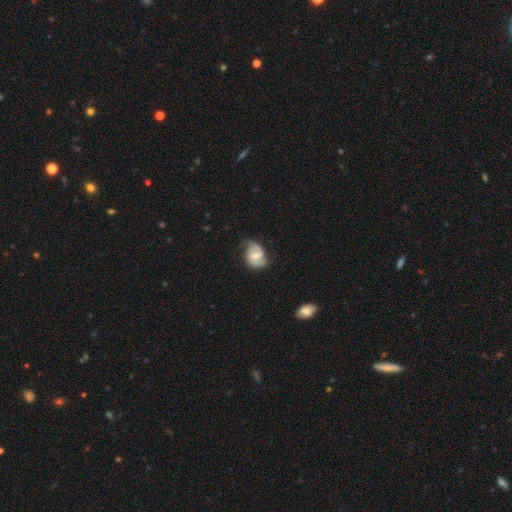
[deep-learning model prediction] Smooth or featured?
  - featured or disk: 73% *
  - smooth: 21%
  - star or artifact: 6%
Edge-on disk?
  - no: 98% *
  - yes: 2%
Bar?
  - weak: 50% *
  - no: 37%
  - strong: 13%
Spiral arms?
  - yes: 93% *
  - no: 7%
Spiral winding?
  - medium: 47% *
  - tight: 29%
  - loose: 24%
Spiral arm count?
  - 2: 84% *
  - can't tell: 7%
  - 1: 5%
  - 3: 2%
  - 4: 1%
  - more than 4: 1%
Bulge size?
  - moderate: 55% *
  - small: 36%
  - none: 4%
  - large: 4%
  - dominant: 1%
Merging?
  - none: 63% *
  - minor disturbance: 26%
  - major disturbance: 10%
  - merger: 2%